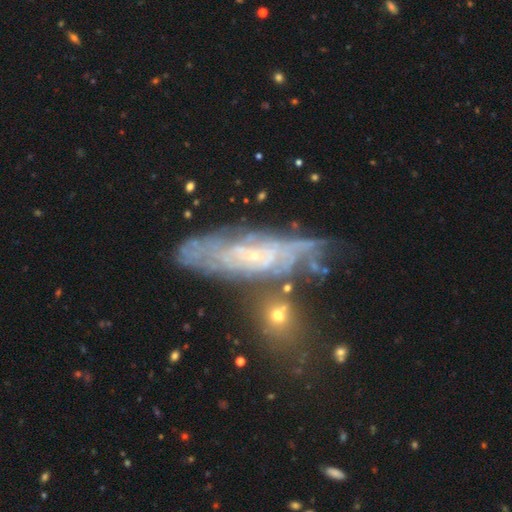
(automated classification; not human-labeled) This appears to be a featured or disk galaxy (81%) with no bar (62%), tight (70%) spiral arms (88%) and a small central bulge (83%). Merging: none (61%).